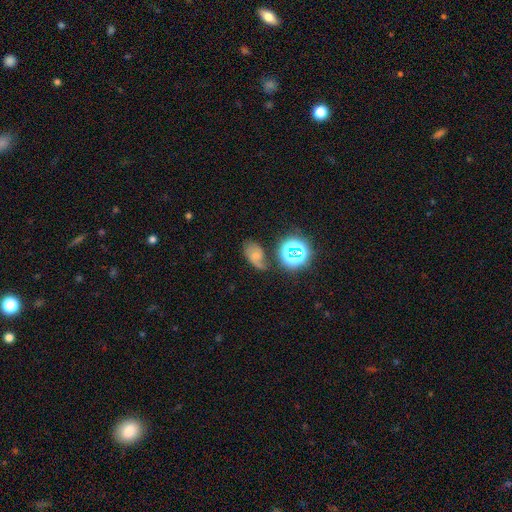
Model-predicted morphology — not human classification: Q: Smooth or featured?
A: featured or disk (43%); runner-up: smooth (36%)
Q: Merging?
A: none (47%); runner-up: minor disturbance (27%)